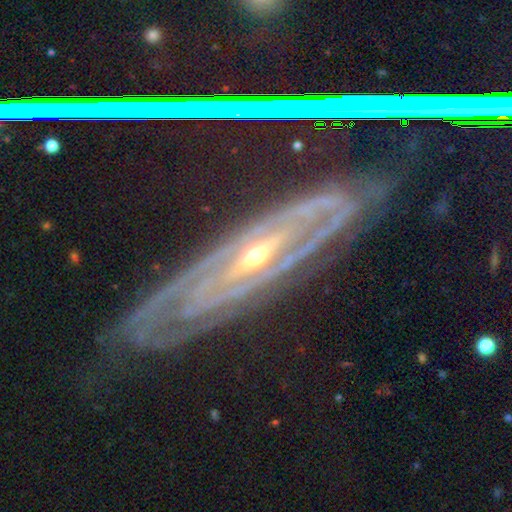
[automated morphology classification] Smooth or featured: featured or disk — 71% (star or artifact — 19%)
Edge-on disk: no — 63% (yes — 37%)
Merging: none — 80% (minor disturbance — 14%)